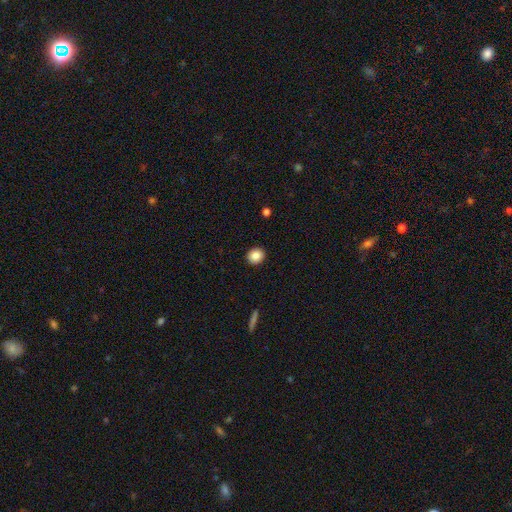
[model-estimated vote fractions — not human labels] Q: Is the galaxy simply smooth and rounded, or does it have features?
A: smooth — 86%.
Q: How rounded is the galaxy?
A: round — 80%.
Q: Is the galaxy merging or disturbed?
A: none — 92%.